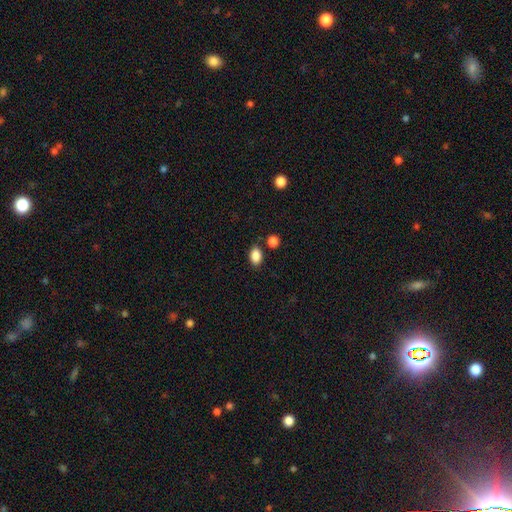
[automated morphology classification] smooth 88%, star or artifact 9%, featured or disk 3%. Down the decision tree: how rounded — in between (82%); merging — none (80%).